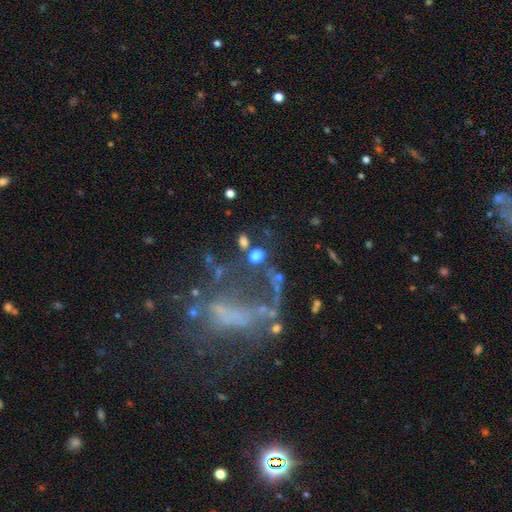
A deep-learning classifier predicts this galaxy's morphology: This is likely a smooth galaxy (71%). How rounded: possibly round (54%). Merging: likely none (64%).